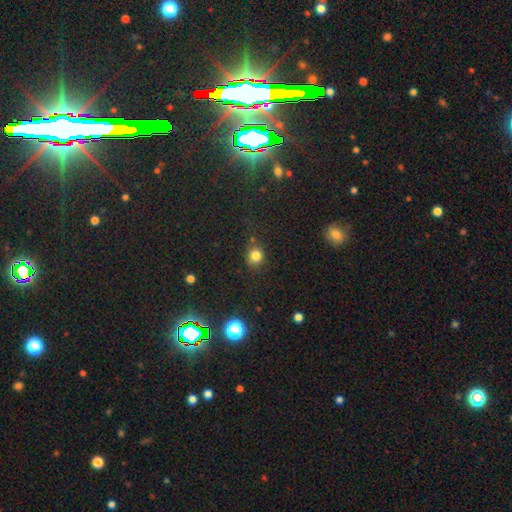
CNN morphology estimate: This appears to be a smooth galaxy with no disk features (80%) that is round (80%). Merging: none (77%).